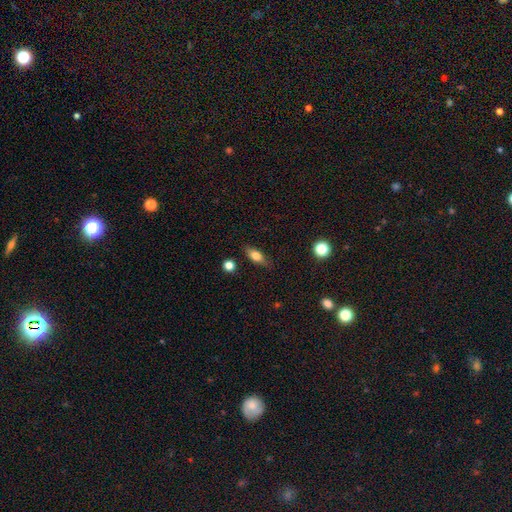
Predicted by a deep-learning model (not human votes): Smooth or featured: smooth — 74% (featured or disk — 17%)
How rounded: in between — 77% (cigar-shaped — 16%)
Merging: none — 81% (minor disturbance — 14%)